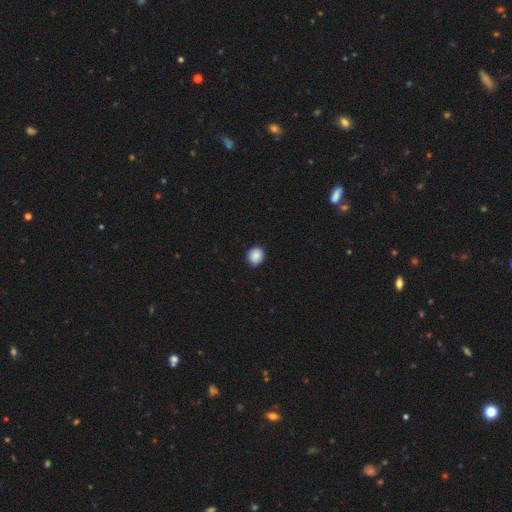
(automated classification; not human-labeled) This is clearly a smooth galaxy (88%). How rounded: clearly round (86%). Merging: clearly none (90%).